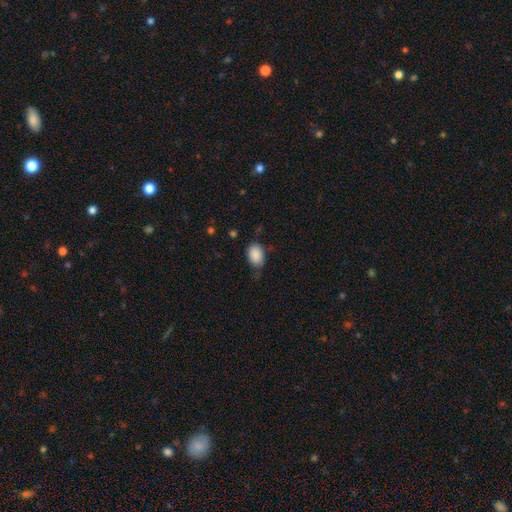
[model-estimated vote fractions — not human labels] smooth_or_featured: smooth (p=0.89) [alt: star or artifact p=0.07]
how_rounded: in between (p=0.81) [alt: round p=0.18]
merging: none (p=0.64) [alt: minor disturbance p=0.28]